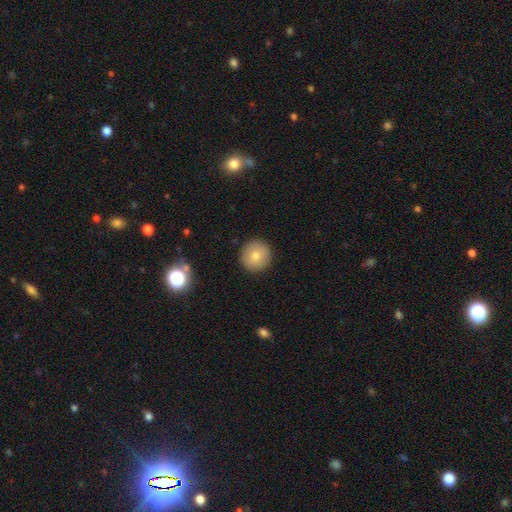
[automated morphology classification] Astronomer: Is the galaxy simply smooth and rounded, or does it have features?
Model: smooth — 78%.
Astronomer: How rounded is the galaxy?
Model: round — 94%.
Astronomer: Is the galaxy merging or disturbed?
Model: none — 91%.